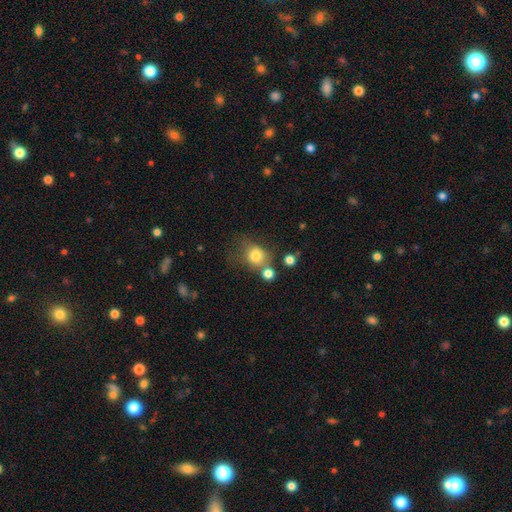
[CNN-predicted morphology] Smooth or featured: smooth — 76% (star or artifact — 13%)
How rounded: round — 71% (in between — 27%)
Merging: none — 48% (merger — 20%)